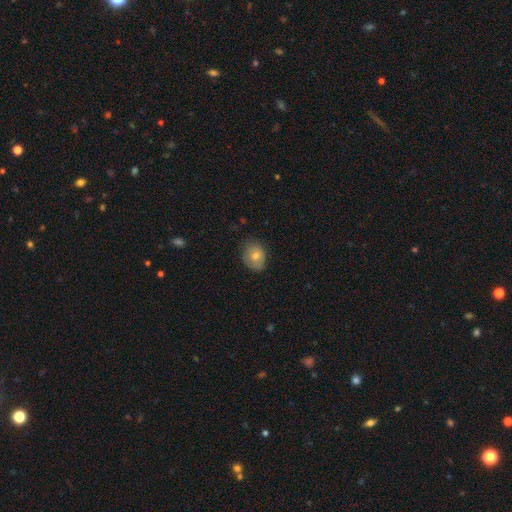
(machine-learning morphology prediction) A smooth galaxy with no disk features (71%) that is in between round and cigar-shaped (52%). Merging: none (74%).